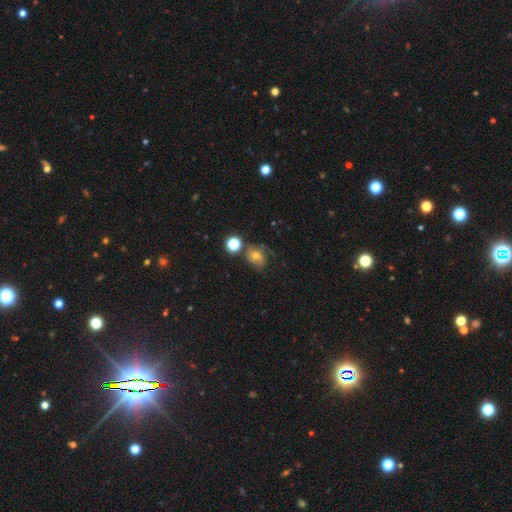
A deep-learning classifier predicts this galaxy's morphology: smooth-or-featured: smooth: 43% | featured or disk: 39% | star or artifact: 18%
  merging: none: 52% | minor disturbance: 24% | major disturbance: 15% | merger: 9%